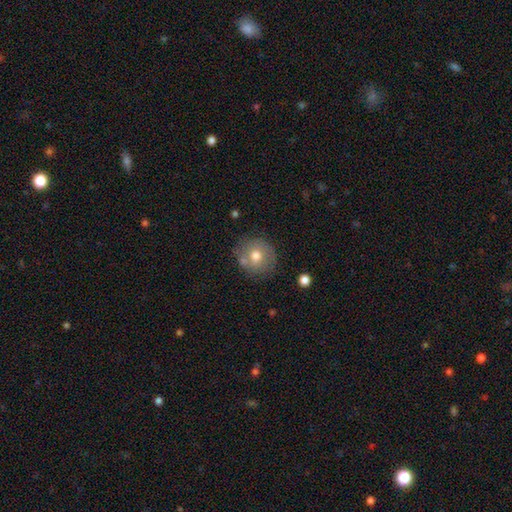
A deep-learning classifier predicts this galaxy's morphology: smooth-or-featured: smooth: 69% | featured or disk: 22% | star or artifact: 9%
  how-rounded: round: 87% | in between: 12% | cigar-shaped: 1%
  merging: none: 71% | minor disturbance: 15% | merger: 9% | major disturbance: 4%